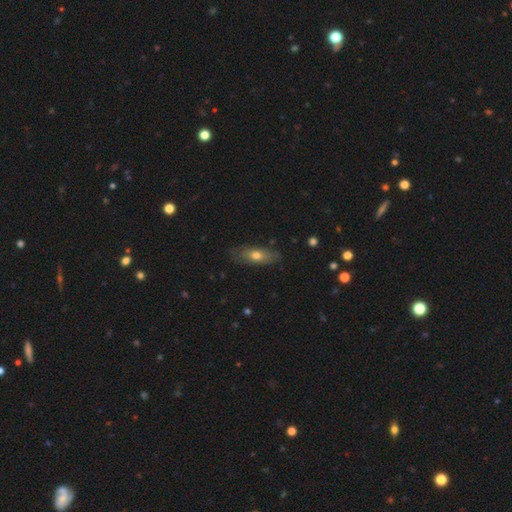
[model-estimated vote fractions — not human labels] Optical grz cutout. It shows a smooth galaxy with no disk features (64%) that is in between round and cigar-shaped (75%). Merging: none (77%).